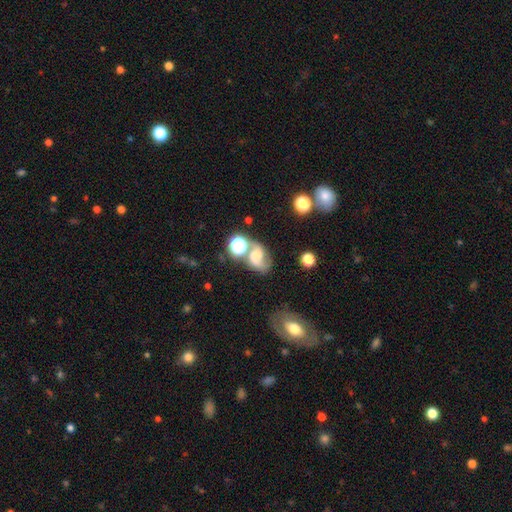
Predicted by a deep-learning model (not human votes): Smooth or featured?
  - featured or disk: 60% *
  - smooth: 26%
  - star or artifact: 14%
Edge-on disk?
  - no: 97% *
  - yes: 3%
Bar?
  - no: 51% *
  - weak: 37%
  - strong: 12%
Spiral arms?
  - yes: 88% *
  - no: 12%
Spiral winding?
  - loose: 46% *
  - medium: 42%
  - tight: 12%
Spiral arm count?
  - 2: 85% *
  - 1: 7%
  - can't tell: 5%
  - 3: 1%
  - 4: 1%
  - more than 4: 1%
Bulge size?
  - moderate: 45% *
  - small: 26%
  - large: 16%
  - none: 9%
  - dominant: 4%
Merging?
  - none: 45% *
  - merger: 27%
  - minor disturbance: 17%
  - major disturbance: 12%